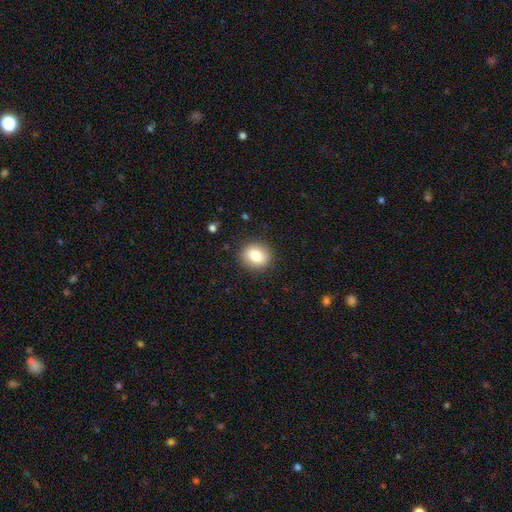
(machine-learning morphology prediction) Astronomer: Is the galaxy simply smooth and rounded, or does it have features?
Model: smooth — 80%.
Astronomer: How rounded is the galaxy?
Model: round — 71%.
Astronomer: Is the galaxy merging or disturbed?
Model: none — 88%.